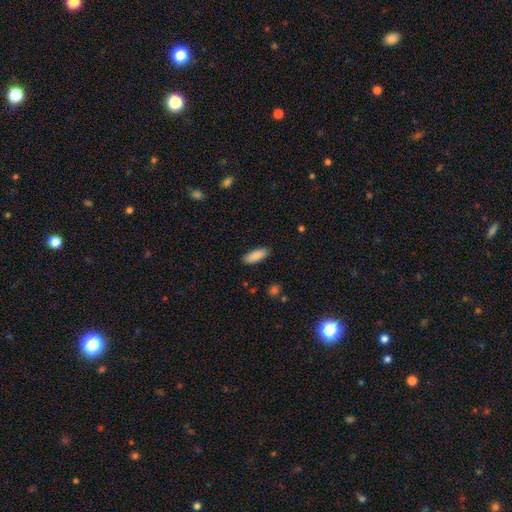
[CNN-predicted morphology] Smooth or featured: smooth — 89% (star or artifact — 6%)
How rounded: in between — 69% (cigar-shaped — 29%)
Merging: none — 89% (minor disturbance — 8%)